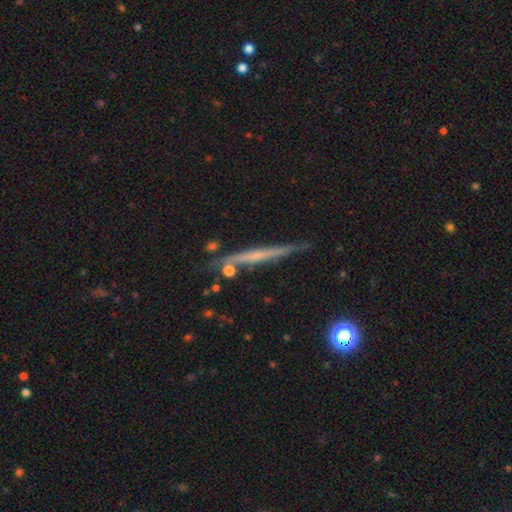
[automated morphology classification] featured or disk 61%, smooth 30%, star or artifact 9%. Down the decision tree: edge-on disk — yes (96%); edge-on bulge — none (71%); merging — none (80%).